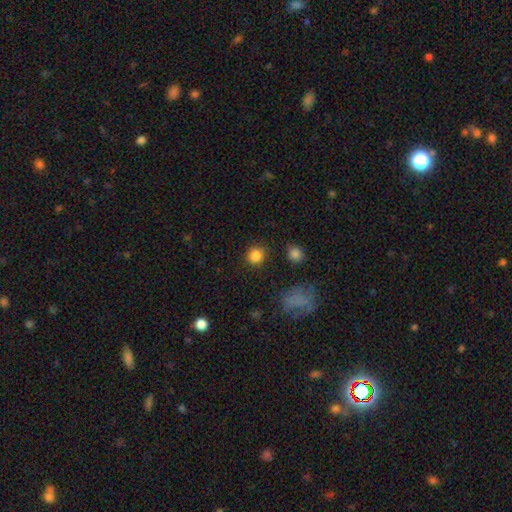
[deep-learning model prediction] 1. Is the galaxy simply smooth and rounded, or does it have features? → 85% smooth, 11% star or artifact, 4% featured or disk.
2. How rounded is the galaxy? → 90% round, 9% in between, 1% cigar-shaped.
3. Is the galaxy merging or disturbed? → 88% none, 7% minor disturbance, 3% major disturbance, 2% merger.